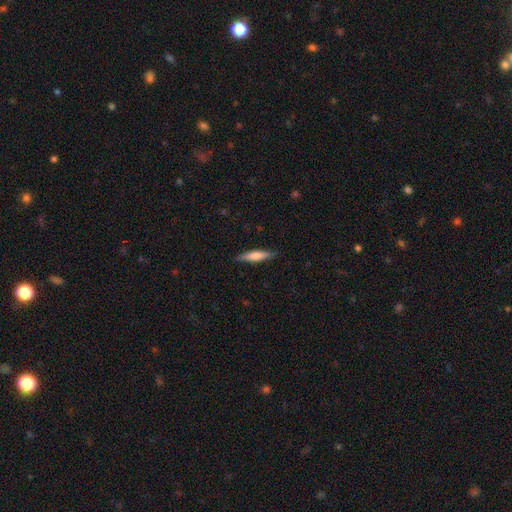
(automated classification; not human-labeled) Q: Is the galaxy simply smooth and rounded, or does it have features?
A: smooth — 67%.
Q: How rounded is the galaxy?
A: cigar-shaped — 84%.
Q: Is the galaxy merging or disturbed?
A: none — 87%.